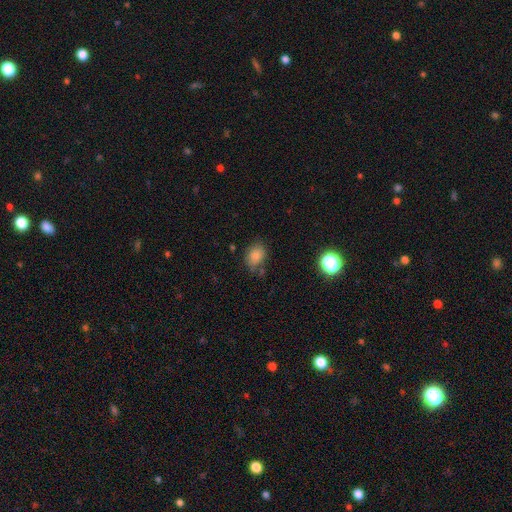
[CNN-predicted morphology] smooth-or-featured: smooth: 82% | star or artifact: 11% | featured or disk: 7%
  how-rounded: in between: 68% | round: 31% | cigar-shaped: 1%
  merging: none: 68% | minor disturbance: 21% | major disturbance: 6% | merger: 5%